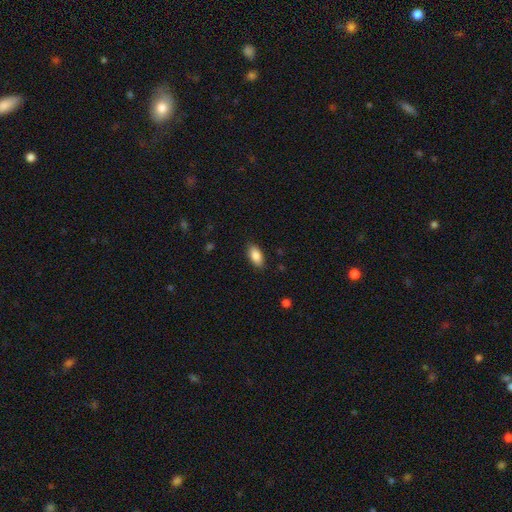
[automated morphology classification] A smooth galaxy with no disk features (86%) that is in between round and cigar-shaped (91%). Merging: none (87%).